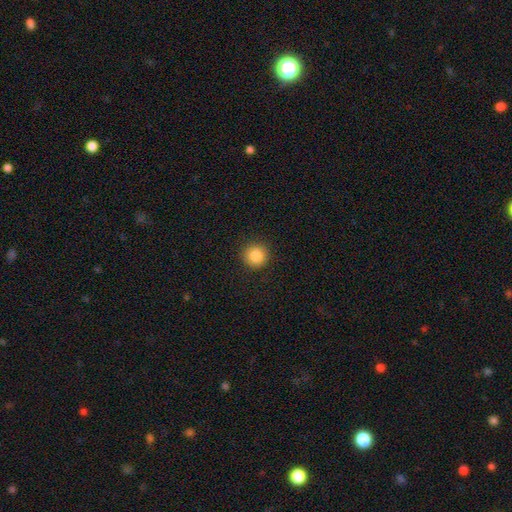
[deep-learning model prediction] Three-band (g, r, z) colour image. It shows a smooth galaxy with no disk features (85%) that is round (94%). Merging: none (91%).